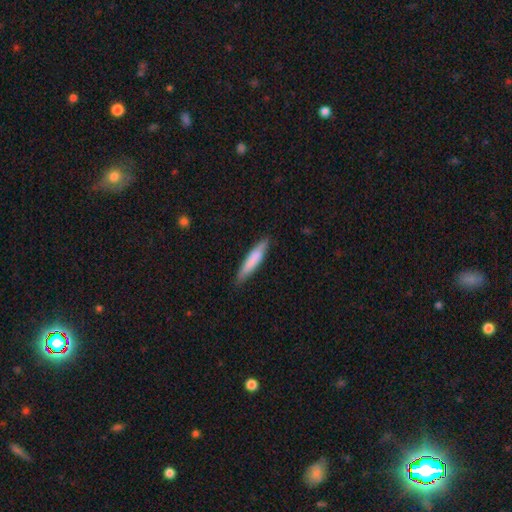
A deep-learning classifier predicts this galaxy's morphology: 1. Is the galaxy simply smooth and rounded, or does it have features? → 75% smooth, 20% featured or disk, 5% star or artifact.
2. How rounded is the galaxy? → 89% cigar-shaped, 10% in between, 1% round.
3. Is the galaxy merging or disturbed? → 85% none, 12% minor disturbance, 2% major disturbance, 1% merger.